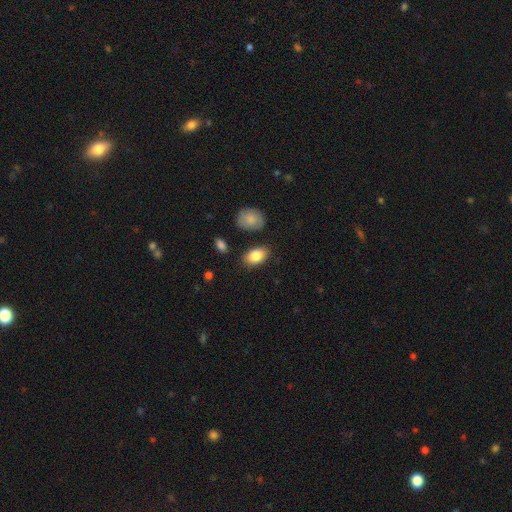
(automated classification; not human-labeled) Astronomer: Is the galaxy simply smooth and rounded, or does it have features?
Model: smooth — 85%.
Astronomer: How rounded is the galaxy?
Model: in between — 90%.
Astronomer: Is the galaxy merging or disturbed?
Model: none — 82%.